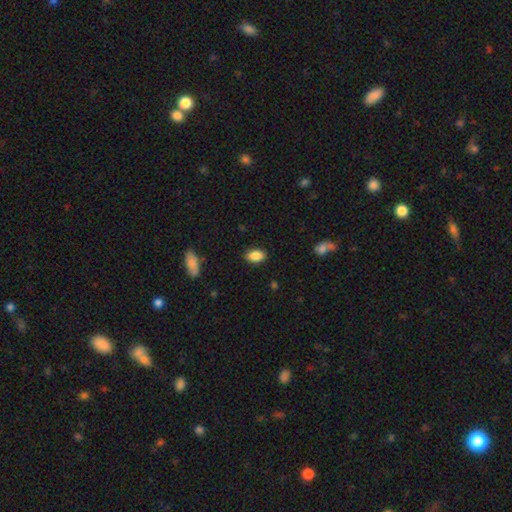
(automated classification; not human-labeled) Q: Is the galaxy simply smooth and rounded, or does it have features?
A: smooth — 87%.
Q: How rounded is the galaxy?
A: in between — 90%.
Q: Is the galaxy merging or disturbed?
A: none — 87%.